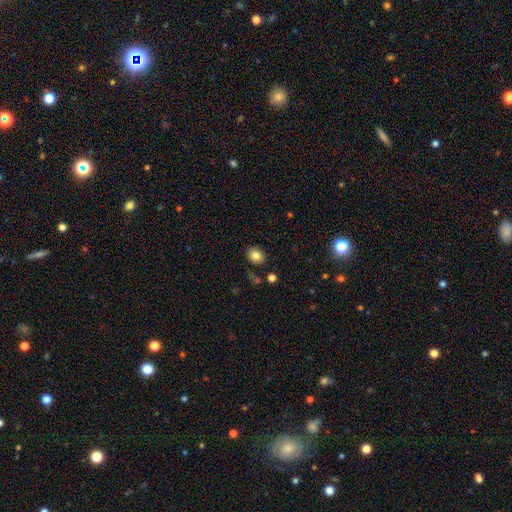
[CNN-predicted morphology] A smooth galaxy with no disk features (81%) that is in between round and cigar-shaped (52%).

Vote fractions:
- Smooth or featured? smooth: 81% / star or artifact: 10% / featured or disk: 9%
- How rounded? in between: 52% / round: 47% / cigar-shaped: 1%
- Merging? none: 83% / minor disturbance: 11% / merger: 3% / major disturbance: 3%